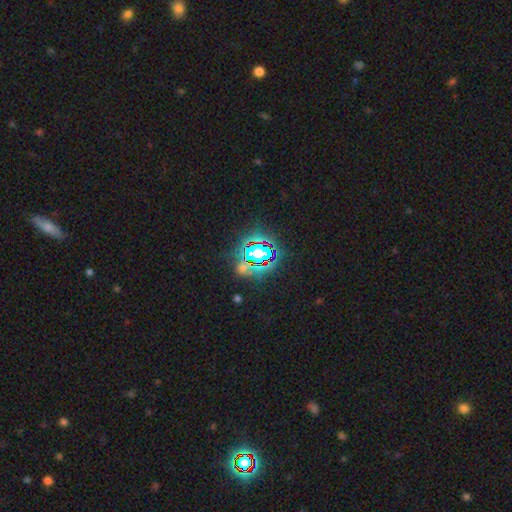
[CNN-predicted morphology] Smooth or featured: star or artifact — 80% (smooth — 12%)